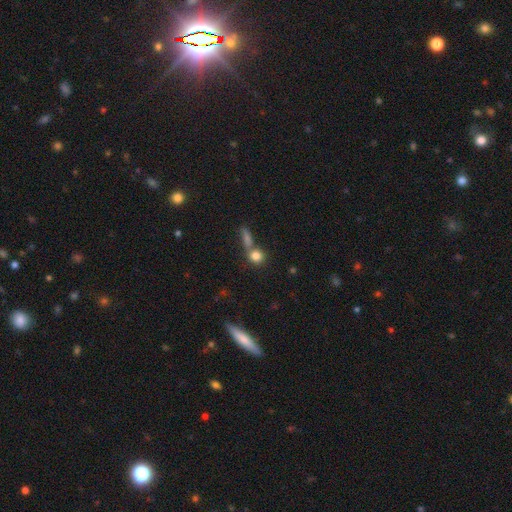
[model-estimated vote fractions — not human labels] Morphology: type=smooth (80%); roundness=round (80%); merging=none (56%).